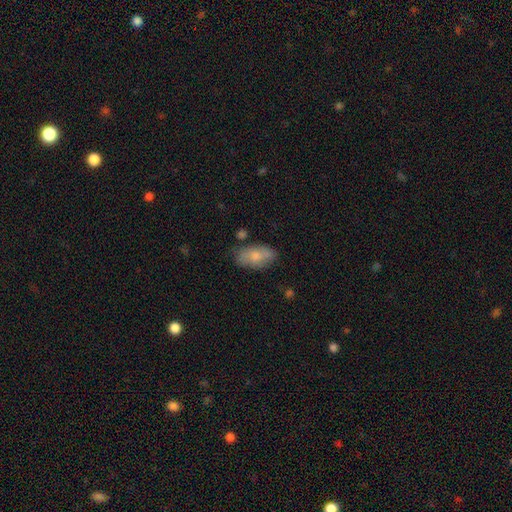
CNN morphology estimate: Smooth or featured? smooth (71%)
How rounded? in between (90%)
Merging? none (69%)